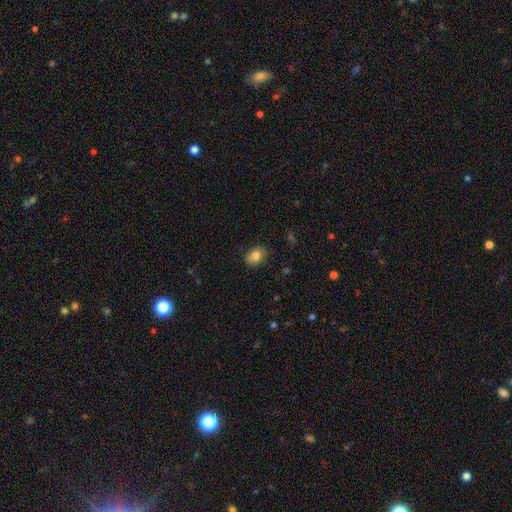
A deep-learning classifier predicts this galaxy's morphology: smooth_or_featured: smooth (p=0.80) [alt: featured or disk p=0.11]
how_rounded: in between (p=0.64) [alt: round p=0.35]
merging: none (p=0.83) [alt: minor disturbance p=0.13]